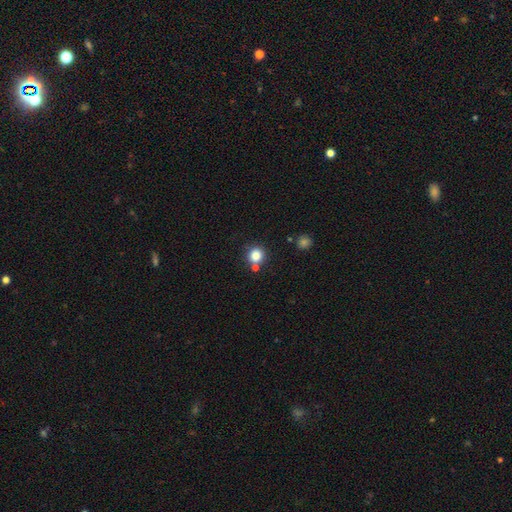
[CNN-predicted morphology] Smooth or featured? smooth (83%)
How rounded? round (89%)
Merging? none (74%)